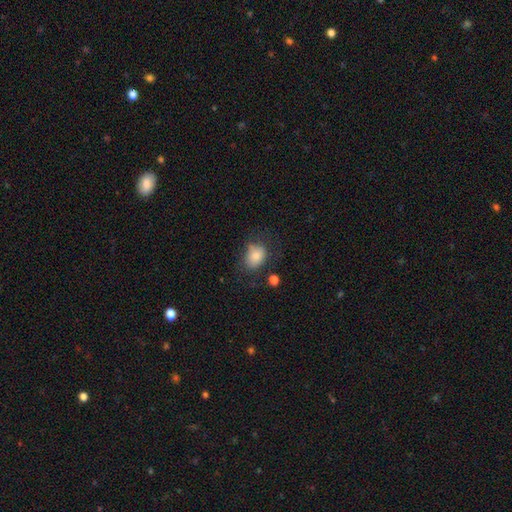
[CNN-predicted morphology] This appears to be a smooth galaxy with no disk features (81%) that is in between round and cigar-shaped (60%). Merging: none (60%).